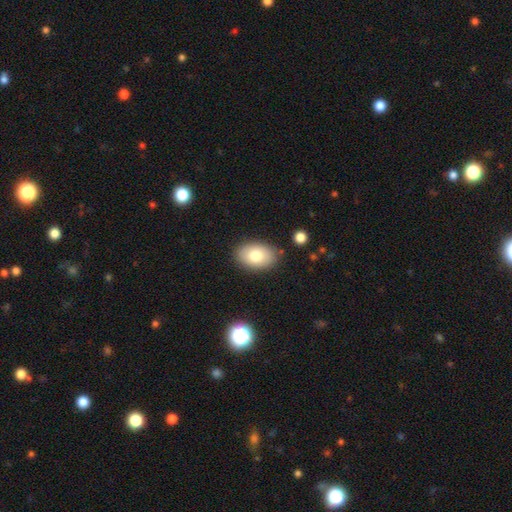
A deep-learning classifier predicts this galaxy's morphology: type=smooth (77%); roundness=in between (88%); merging=none (85%).